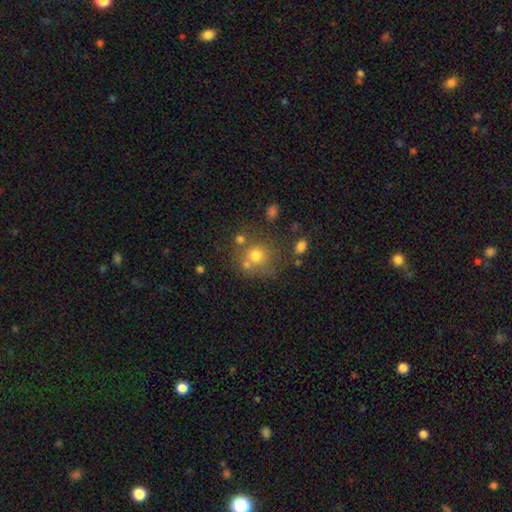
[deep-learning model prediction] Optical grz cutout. It shows a smooth galaxy with no disk features (71%) that is round (86%). Merging: none (58%).